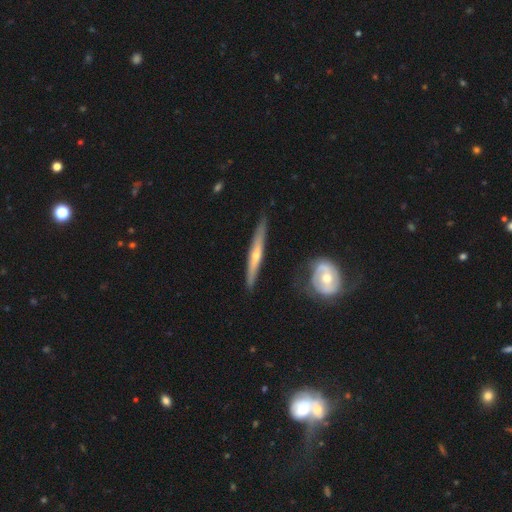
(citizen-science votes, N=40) Smooth or featured: featured or disk — 68% (smooth — 22%)
Edge-on disk: yes — 96% (no — 4%)
Edge-on bulge: rounded — 77% (none — 19%)
Merging: none — 89% (minor disturbance — 6%)